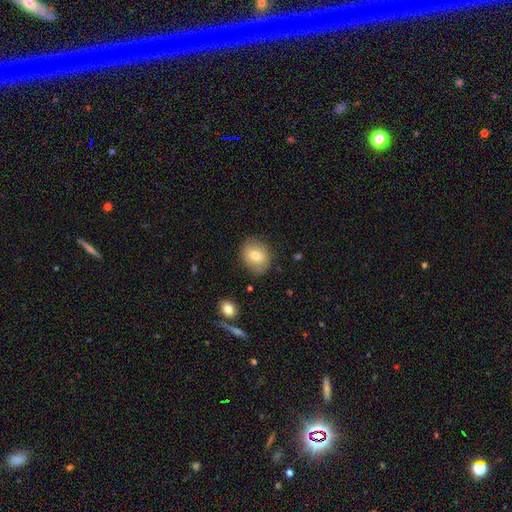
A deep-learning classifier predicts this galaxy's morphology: This appears to be a smooth galaxy with no disk features (72%) that is round (54%). Merging: none (79%).